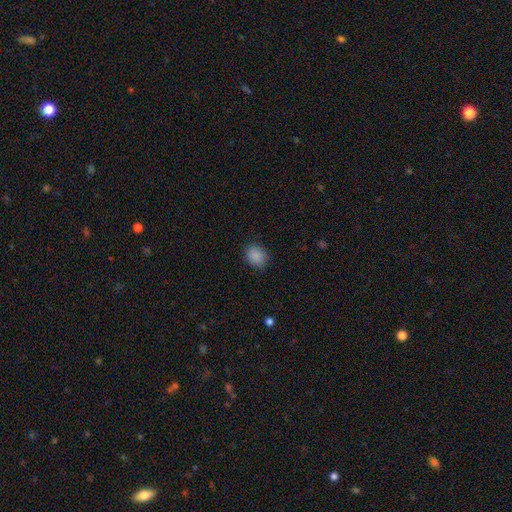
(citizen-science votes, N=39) Morphology: type=smooth (90%); roundness=round (63%); merging=none (86%).